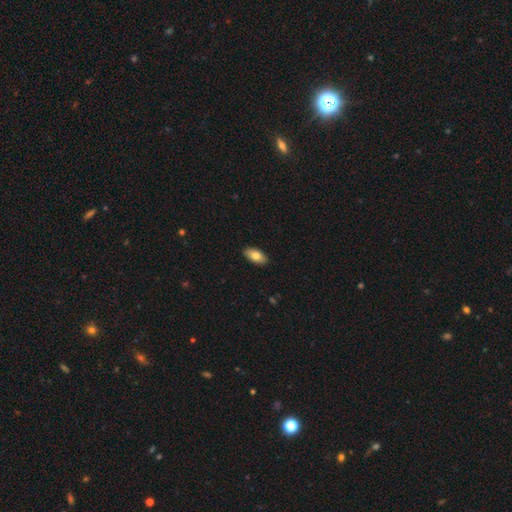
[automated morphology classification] Smooth or featured? Predicted: smooth (p=0.77). How rounded? Predicted: in between (p=0.92). Merging? Predicted: none (p=0.90).